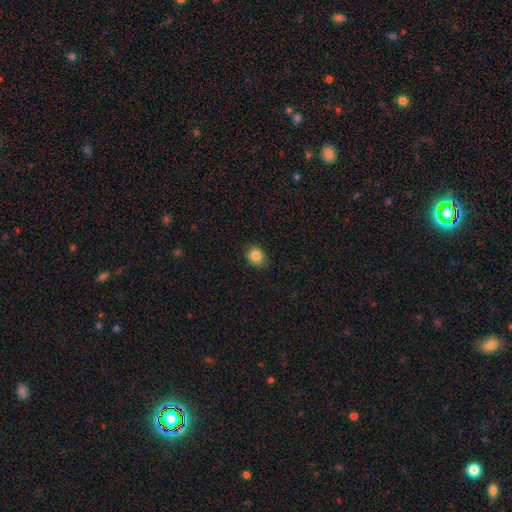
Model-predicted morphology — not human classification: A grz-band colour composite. It shows a smooth galaxy with no disk features (85%) that is round (65%). Merging: none (86%).